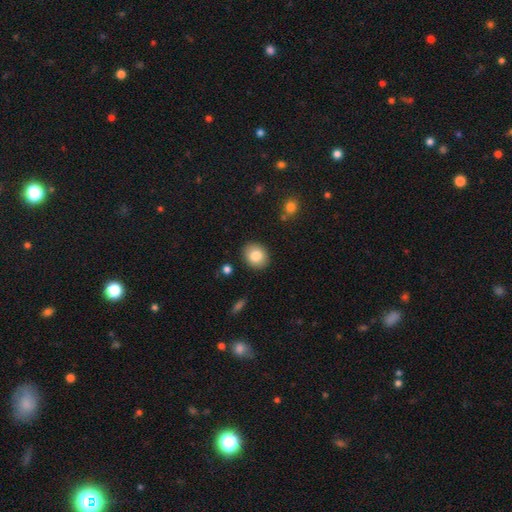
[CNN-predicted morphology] Smooth or featured: smooth — 83% (featured or disk — 9%)
How rounded: round — 58% (in between — 41%)
Merging: none — 88% (minor disturbance — 8%)